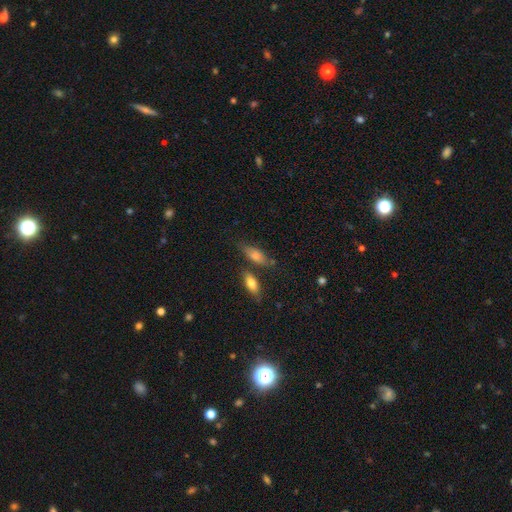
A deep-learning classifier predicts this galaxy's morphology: A smooth galaxy with no disk features (74%) that is in between round and cigar-shaped (68%). Merging: none (62%).